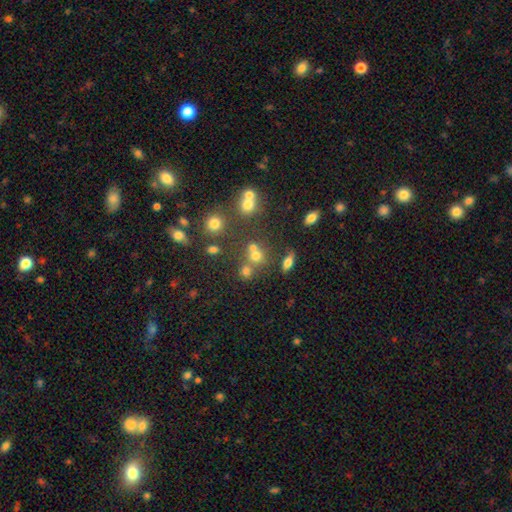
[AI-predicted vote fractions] Smooth or featured? smooth (64%)
How rounded? round (78%)
Merging? none (51%)